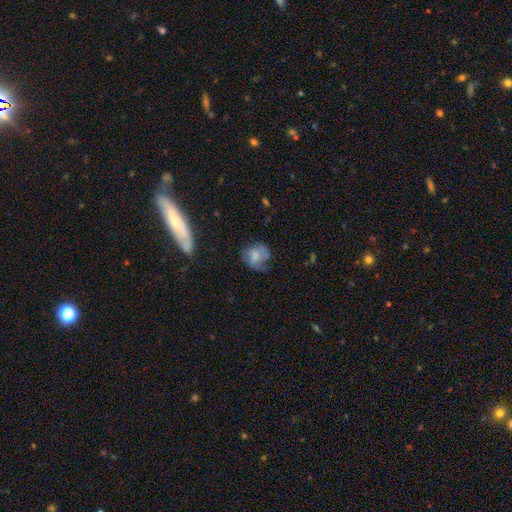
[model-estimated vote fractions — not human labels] Q: Smooth or featured?
A: smooth (58%); runner-up: featured or disk (33%)
Q: How rounded?
A: round (64%); runner-up: in between (34%)
Q: Merging?
A: none (51%); runner-up: minor disturbance (28%)